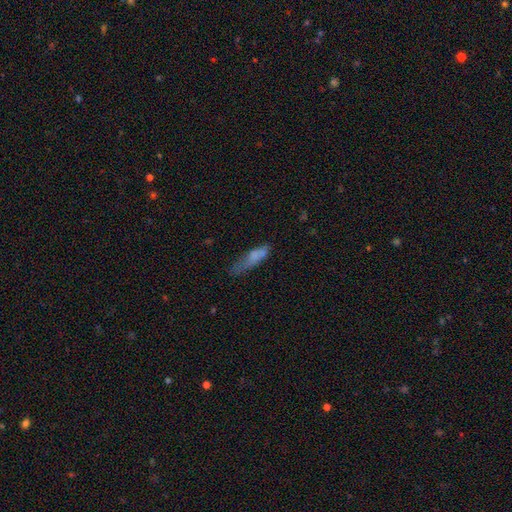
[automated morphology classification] This is likely a smooth galaxy (69%). How rounded: possibly cigar-shaped (58%). Merging: marginally none (40%).